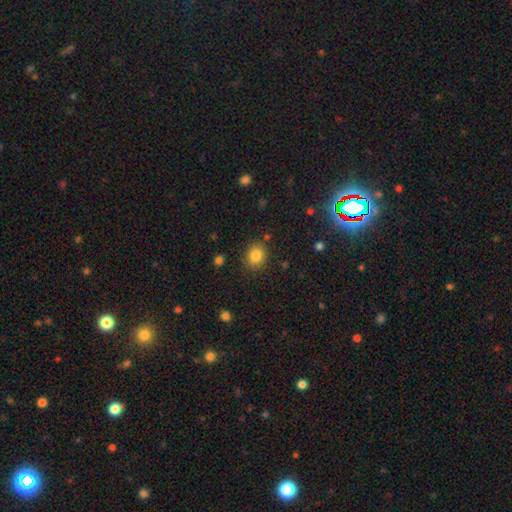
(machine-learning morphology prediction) Q: Smooth or featured?
A: smooth (83%); runner-up: star or artifact (11%)
Q: How rounded?
A: round (72%); runner-up: in between (27%)
Q: Merging?
A: none (86%); runner-up: minor disturbance (9%)